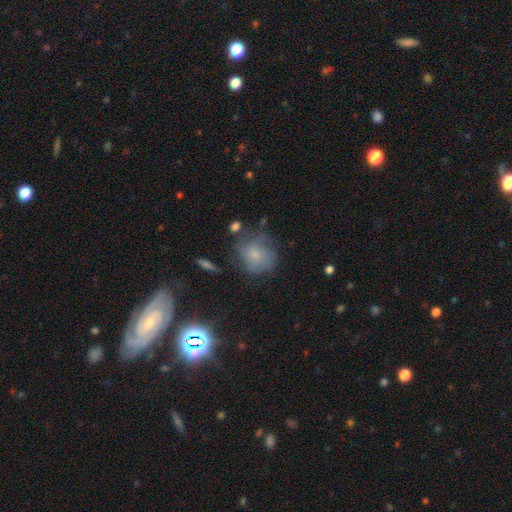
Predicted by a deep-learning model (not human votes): Overall: smooth (64%). How rounded: round (79%). Merging: none (60%; minor disturbance 24%).